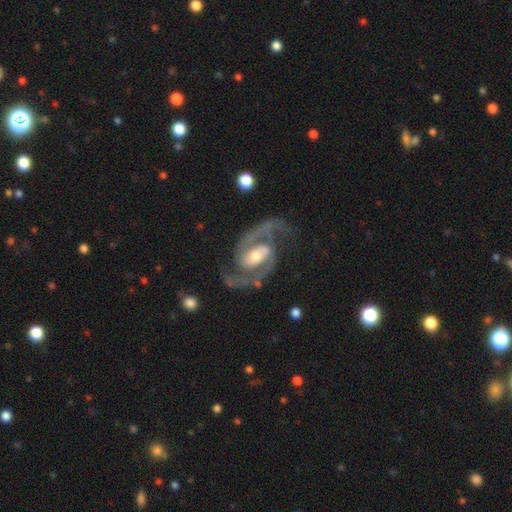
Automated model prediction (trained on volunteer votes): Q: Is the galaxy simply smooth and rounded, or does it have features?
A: featured or disk — 93%.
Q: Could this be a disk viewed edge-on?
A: no — 98%.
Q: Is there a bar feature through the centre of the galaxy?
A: weak — 42%.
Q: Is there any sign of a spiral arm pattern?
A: yes — 98%.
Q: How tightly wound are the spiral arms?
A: medium — 63%.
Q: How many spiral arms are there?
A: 2 — 94%.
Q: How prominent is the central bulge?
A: moderate — 62%.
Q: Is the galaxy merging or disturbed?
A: none — 76%.